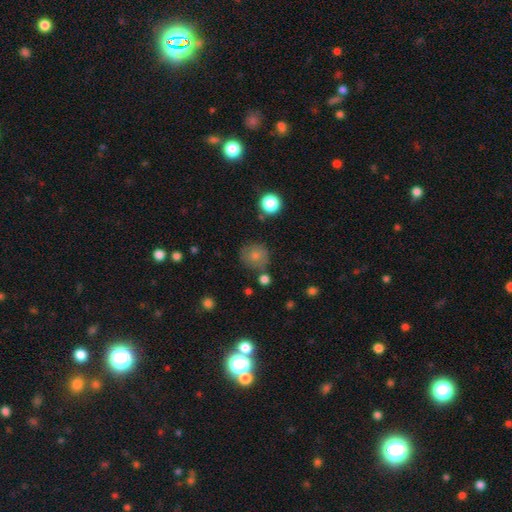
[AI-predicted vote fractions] smooth_or_featured: smooth (p=0.76) [alt: featured or disk p=0.13]
how_rounded: round (p=0.88) [alt: in between p=0.11]
merging: none (p=0.72) [alt: minor disturbance p=0.16]